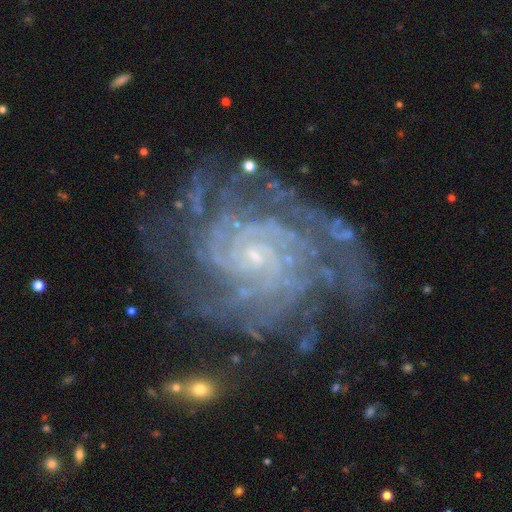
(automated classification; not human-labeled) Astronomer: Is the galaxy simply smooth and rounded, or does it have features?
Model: featured or disk — 89%.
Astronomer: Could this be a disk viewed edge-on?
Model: no — 98%.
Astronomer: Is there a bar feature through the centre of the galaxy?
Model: no — 75%.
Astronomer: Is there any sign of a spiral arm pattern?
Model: yes — 98%.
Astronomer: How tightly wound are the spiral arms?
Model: tight — 74%.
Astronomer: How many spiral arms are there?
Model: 4 — 23% (runner-up: can't tell, 22%).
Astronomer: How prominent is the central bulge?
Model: small — 86%.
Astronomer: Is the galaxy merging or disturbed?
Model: none — 70%.